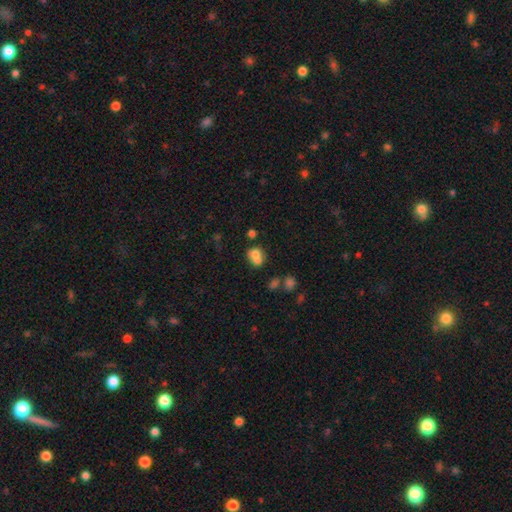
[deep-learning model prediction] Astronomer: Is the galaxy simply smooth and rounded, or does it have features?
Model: smooth — 72%.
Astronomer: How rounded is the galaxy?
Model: round — 56% (runner-up: in between, 43%).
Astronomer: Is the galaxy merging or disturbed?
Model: merger — 51% (runner-up: none, 32%).